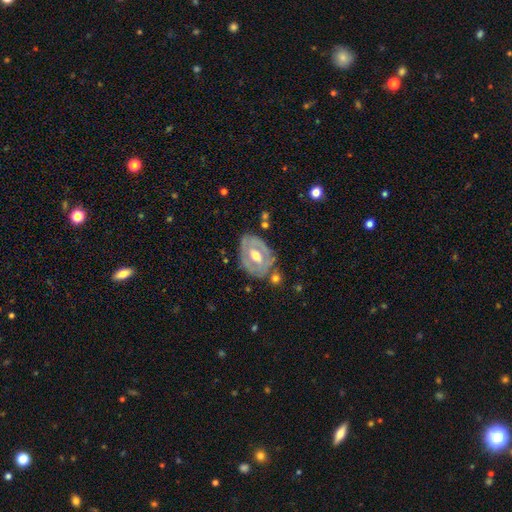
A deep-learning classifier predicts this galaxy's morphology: The model was most divided on "spiral arms": no: 53%, yes: 47%. Remaining: edge-on disk — no (94%); bulge size — moderate (74%); smooth or featured — featured or disk (71%); merging — none (67%); bar — weak (43%).